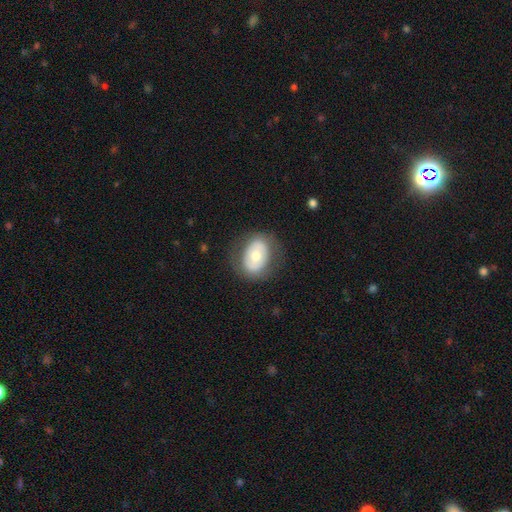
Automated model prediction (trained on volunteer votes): This appears to be a smooth galaxy with no disk features (58%) that is in between round and cigar-shaped (71%). Merging: none (76%).